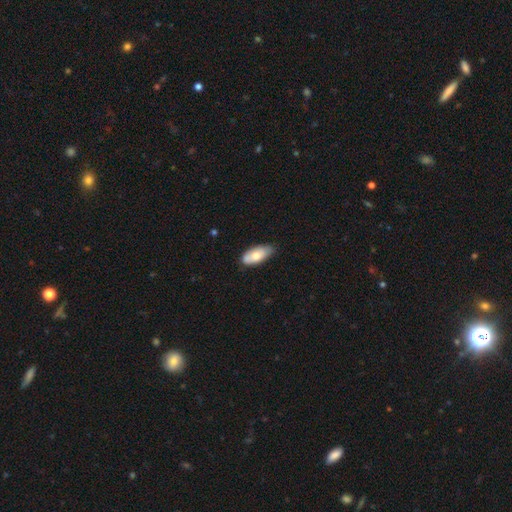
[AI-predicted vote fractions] smooth-or-featured: smooth: 72% | featured or disk: 22% | star or artifact: 6%
  how-rounded: in between: 88% | cigar-shaped: 9% | round: 2%
  merging: none: 68% | minor disturbance: 26% | major disturbance: 4% | merger: 2%